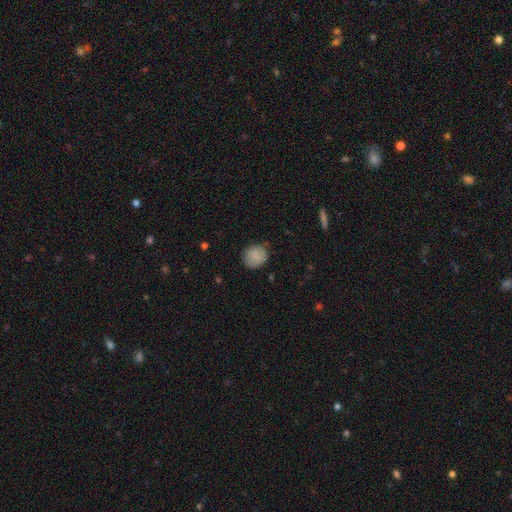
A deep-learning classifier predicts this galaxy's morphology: The model was most divided on "merging": none: 77%, minor disturbance: 18%, major disturbance: 3%, merger: 1%. More confident: smooth or featured — smooth (85%); how rounded — round (80%).